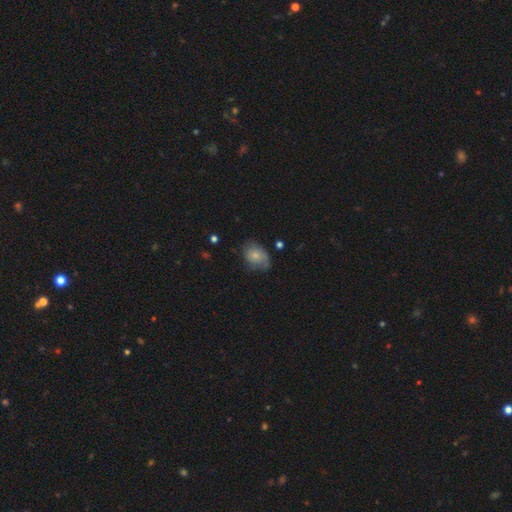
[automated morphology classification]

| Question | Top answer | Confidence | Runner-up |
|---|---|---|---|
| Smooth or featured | smooth | 62% | featured or disk (30%) |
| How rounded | in between | 71% | round (28%) |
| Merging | none | 54% | minor disturbance (32%) |